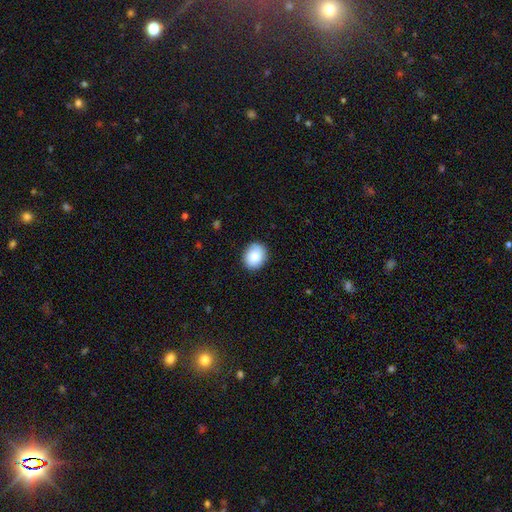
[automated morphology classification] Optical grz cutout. It shows a smooth galaxy with no disk features (86%) that is round (58%). Merging: none (87%).